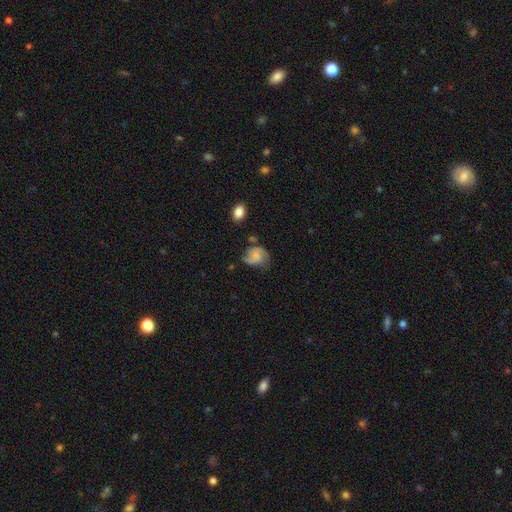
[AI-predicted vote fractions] A featured or disk galaxy (57%) with no bar (63%), spiral arms (90%) and no central bulge (41%).

Vote fractions:
- Smooth or featured? featured or disk: 57% / smooth: 35% / star or artifact: 9%
- Edge-on disk? no: 98% / yes: 2%
- Bar? no: 63% / weak: 32% / strong: 6%
- Spiral arms? yes: 90% / no: 10%
- Bulge size? none: 41% / small: 33% / moderate: 18% / large: 5% / dominant: 2%
- Merging? none: 55% / minor disturbance: 27% / major disturbance: 13% / merger: 5%